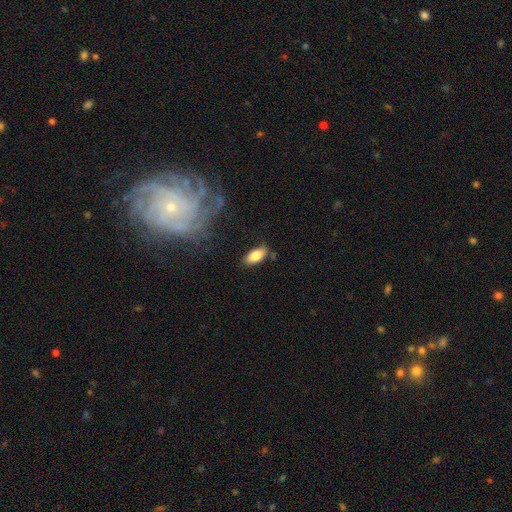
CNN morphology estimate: The model was most divided on "merging": none: 78%, minor disturbance: 16%, major disturbance: 3%, merger: 3%. More confident: how rounded — in between (89%); smooth or featured — smooth (81%).